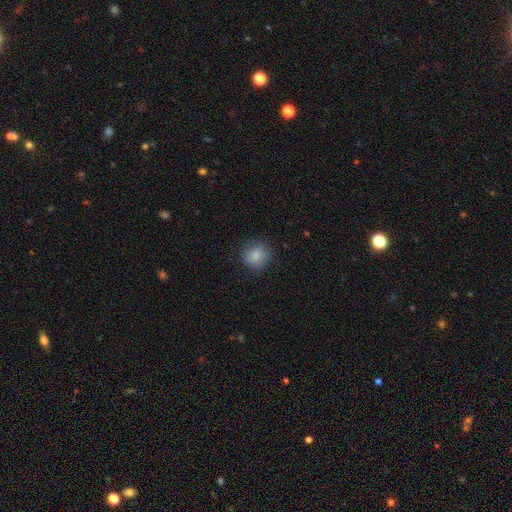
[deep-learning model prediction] Smooth or featured?
  - smooth: 85% *
  - star or artifact: 9%
  - featured or disk: 6%
How rounded?
  - round: 83% *
  - in between: 16%
  - cigar-shaped: 1%
Merging?
  - none: 80% *
  - minor disturbance: 14%
  - major disturbance: 5%
  - merger: 1%